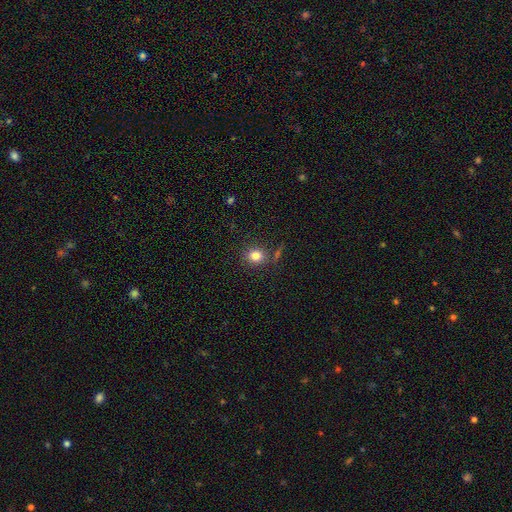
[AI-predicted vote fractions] smooth 81%, star or artifact 12%, featured or disk 7%. Down the decision tree: how rounded — round (74%); merging — none (77%).